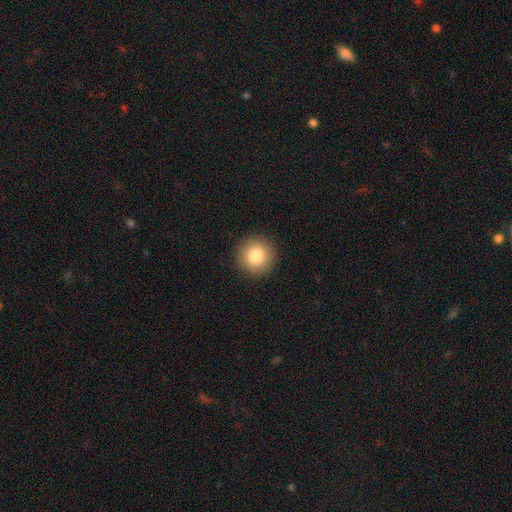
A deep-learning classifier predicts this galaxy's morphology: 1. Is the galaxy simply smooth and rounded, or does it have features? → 83% smooth, 10% star or artifact, 8% featured or disk.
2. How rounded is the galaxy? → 95% round, 4% in between, 1% cigar-shaped.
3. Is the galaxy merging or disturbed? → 92% none, 5% minor disturbance, 2% major disturbance, 1% merger.